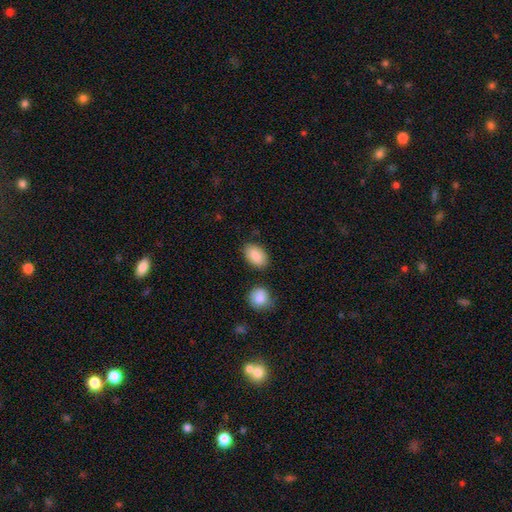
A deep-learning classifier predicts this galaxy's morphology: Smooth or featured? Predicted: smooth (p=0.88). How rounded? Predicted: in between (p=0.91). Merging? Predicted: none (p=0.80).